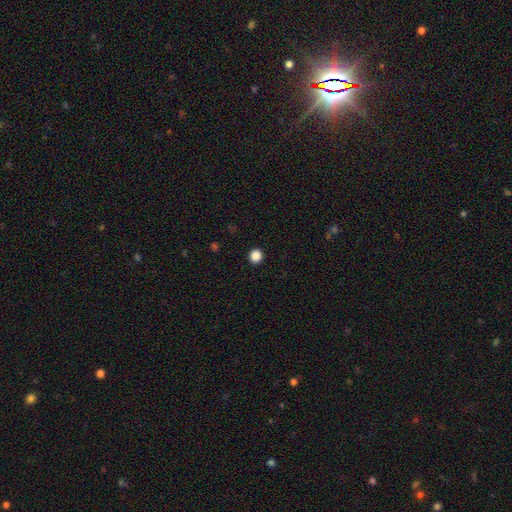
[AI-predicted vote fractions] The model was most divided on "smooth or featured": smooth: 87%, star or artifact: 11%, featured or disk: 2%. More confident: merging — none (93%); how rounded — round (91%).